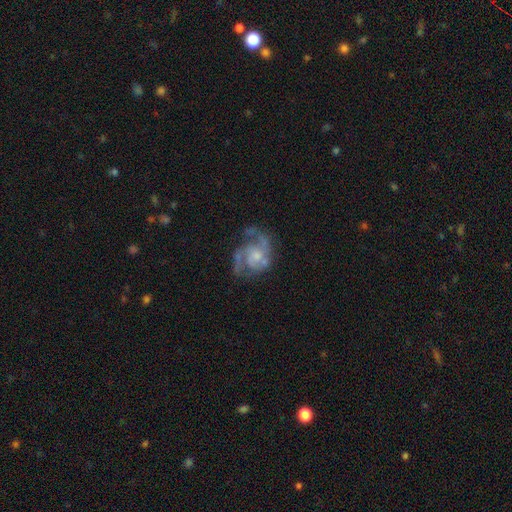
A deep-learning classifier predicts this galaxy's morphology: smooth_or_featured: featured or disk (p=0.82) [alt: smooth p=0.12]
disk_edge_on: no (p=0.98) [alt: yes p=0.02]
bar: no (p=0.72) [alt: weak p=0.24]
has_spiral_arms: yes (p=0.91) [alt: no p=0.09]
spiral_winding: medium (p=0.51) [alt: tight p=0.28]
spiral_arm_count: 2 (p=0.43) [alt: 3 p=0.28]
bulge_size: small (p=0.43) [alt: moderate p=0.37]
merging: none (p=0.52) [alt: major disturbance p=0.23]